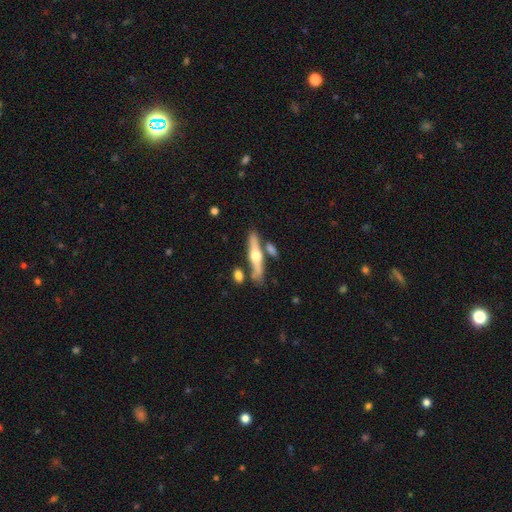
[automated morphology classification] Overall: featured or disk (64%; smooth 31%). Edge-on disk: yes (94%). Edge-on bulge: rounded (94%). Merging: none (71%).